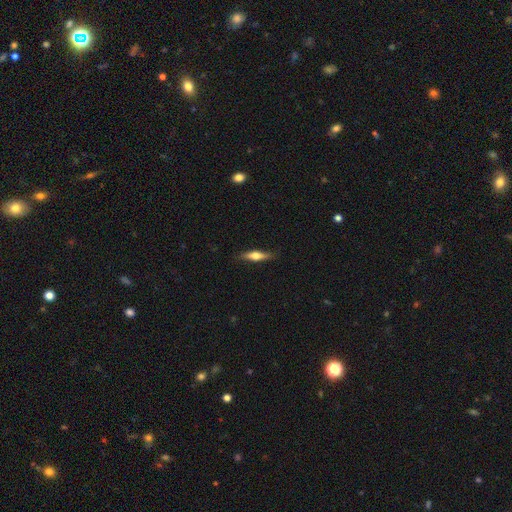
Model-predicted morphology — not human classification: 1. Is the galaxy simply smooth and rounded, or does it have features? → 49% featured or disk, 45% smooth, 6% star or artifact.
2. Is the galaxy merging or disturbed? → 85% none, 11% minor disturbance, 2% major disturbance, 1% merger.